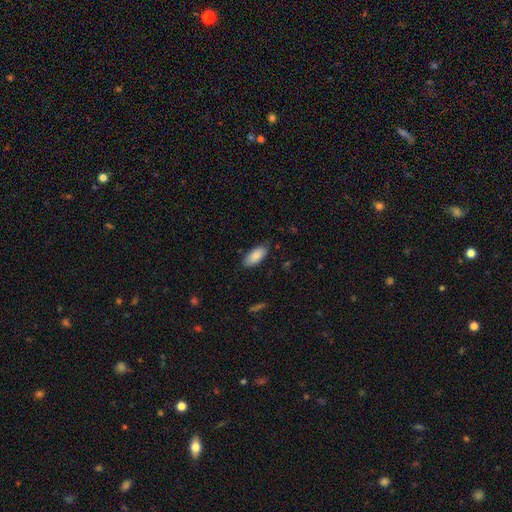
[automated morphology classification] This is clearly a smooth galaxy (87%). How rounded: clearly in between (90%). Merging: clearly none (83%).